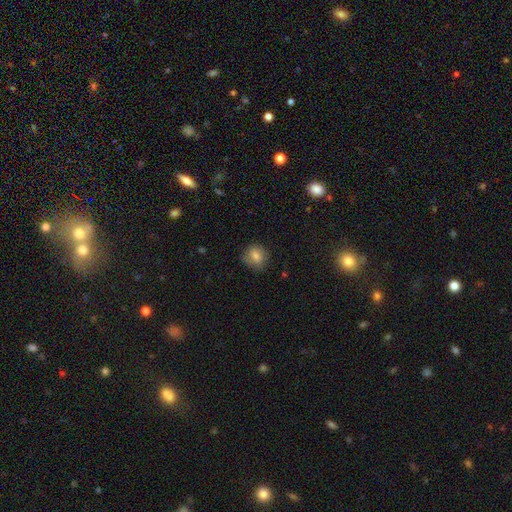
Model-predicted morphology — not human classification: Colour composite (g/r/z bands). It shows a smooth galaxy with no disk features (79%) that is round (79%). Merging: none (75%).